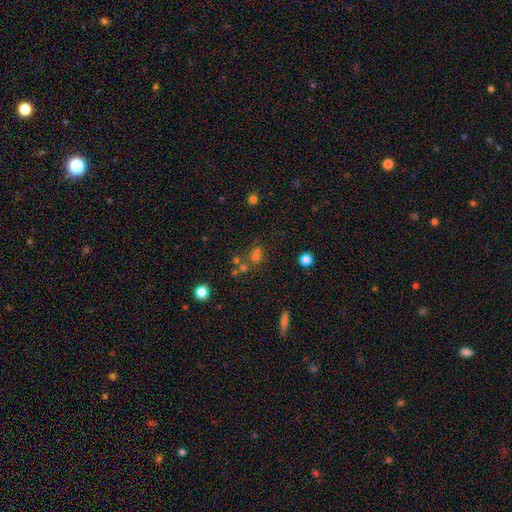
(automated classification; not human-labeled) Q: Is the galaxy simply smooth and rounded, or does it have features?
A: smooth — 47%.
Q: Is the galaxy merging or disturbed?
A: none — 51%.